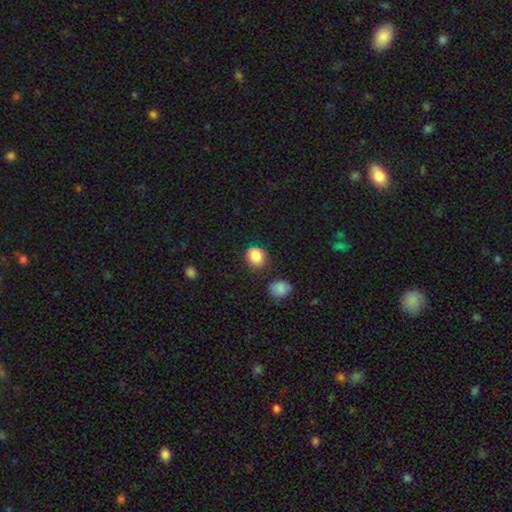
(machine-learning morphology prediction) A smooth galaxy with no disk features (85%) that is round (79%).

Vote fractions:
- Smooth or featured? smooth: 85% / star or artifact: 10% / featured or disk: 5%
- How rounded? round: 79% / in between: 20% / cigar-shaped: 1%
- Merging? none: 81% / minor disturbance: 12% / merger: 4% / major disturbance: 3%